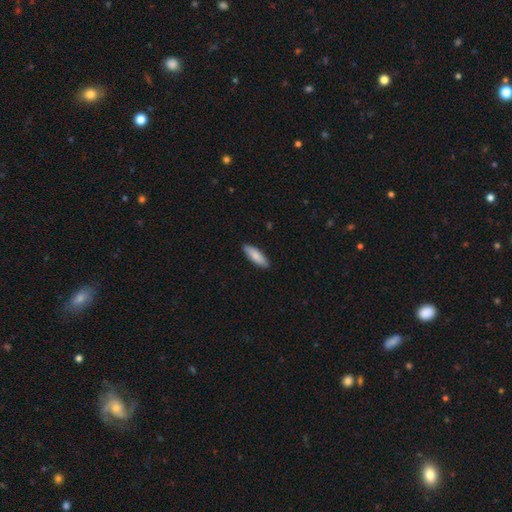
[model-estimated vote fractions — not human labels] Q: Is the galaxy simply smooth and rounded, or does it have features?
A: smooth — 84%.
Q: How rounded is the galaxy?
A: in between — 50%.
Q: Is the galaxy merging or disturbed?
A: none — 88%.